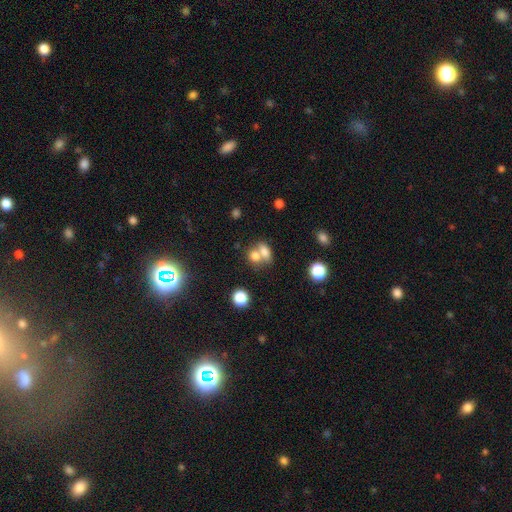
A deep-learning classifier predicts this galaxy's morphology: smooth-or-featured: smooth: 73% | featured or disk: 14% | star or artifact: 13%
  how-rounded: in between: 63% | round: 34% | cigar-shaped: 3%
  merging: merger: 60% | none: 29% | minor disturbance: 7% | major disturbance: 4%